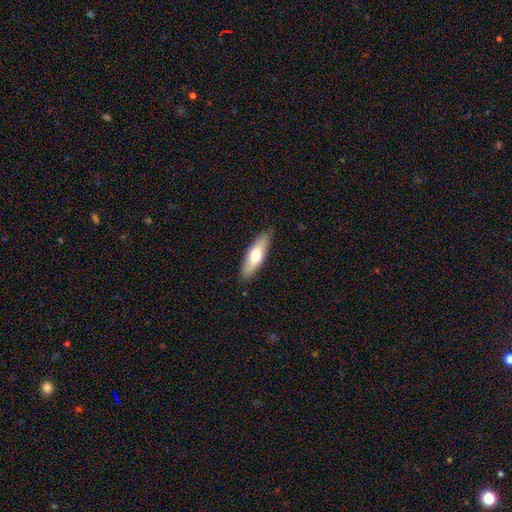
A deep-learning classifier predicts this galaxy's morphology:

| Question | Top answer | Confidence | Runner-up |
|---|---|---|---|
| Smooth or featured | smooth | 63% | featured or disk (31%) |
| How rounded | cigar-shaped | 50% | in between (48%) |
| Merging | none | 86% | minor disturbance (11%) |